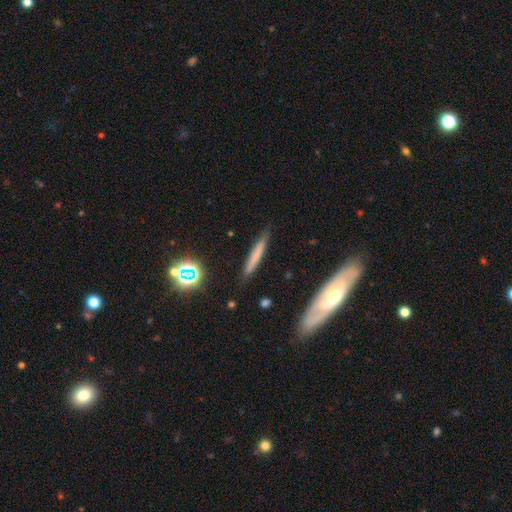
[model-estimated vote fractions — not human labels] A smooth galaxy with no disk features (64%) that is cigar-shaped (93%).

Vote fractions:
- Smooth or featured? smooth: 64% / featured or disk: 28% / star or artifact: 8%
- How rounded? cigar-shaped: 93% / in between: 5% / round: 2%
- Merging? none: 84% / minor disturbance: 11% / major disturbance: 2% / merger: 2%